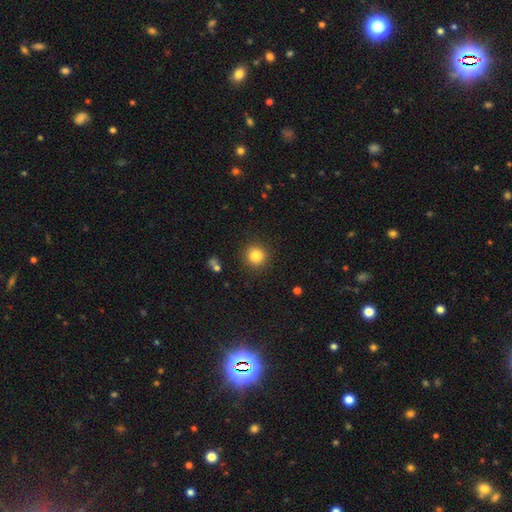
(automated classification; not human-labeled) A smooth galaxy with no disk features (83%) that is round (93%). Merging: none (90%).